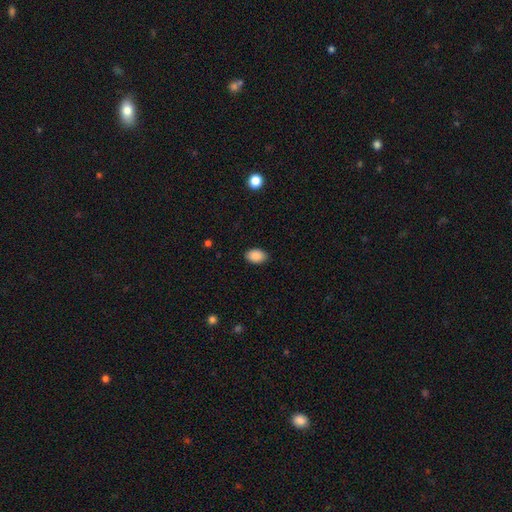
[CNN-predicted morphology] This appears to be a smooth galaxy with no disk features (89%) that is in between round and cigar-shaped (86%). Merging: none (87%).